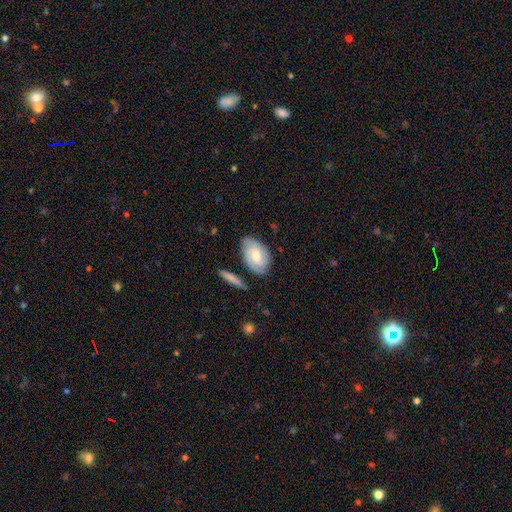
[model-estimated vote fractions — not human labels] A featured or disk galaxy (52%). Merging: none (71%).